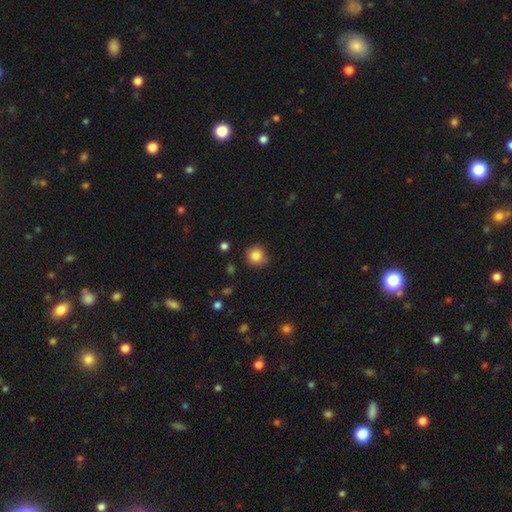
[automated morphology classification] Smooth or featured? Predicted: smooth (p=0.85). How rounded? Predicted: round (p=0.91). Merging? Predicted: none (p=0.81).